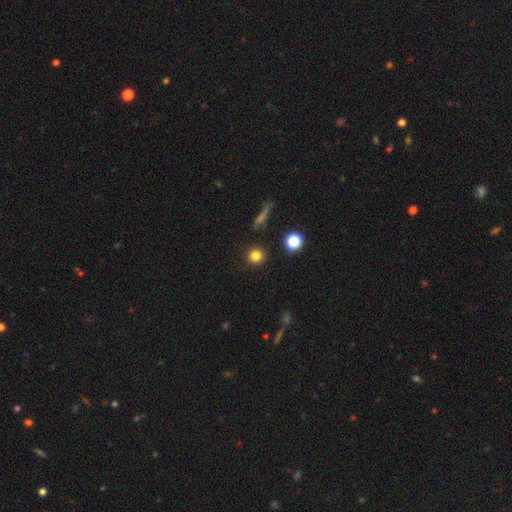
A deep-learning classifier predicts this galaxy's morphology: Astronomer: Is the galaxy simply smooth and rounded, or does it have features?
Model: smooth — 82%.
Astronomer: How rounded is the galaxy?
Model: round — 92%.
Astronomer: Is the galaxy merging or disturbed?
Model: none — 91%.